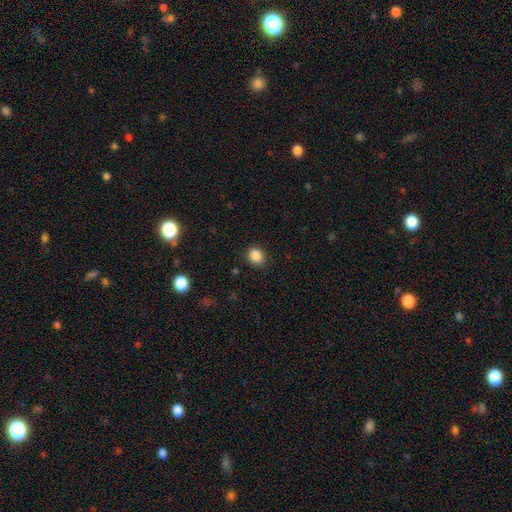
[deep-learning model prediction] Smooth or featured? smooth (87%)
How rounded? round (66%)
Merging? none (89%)